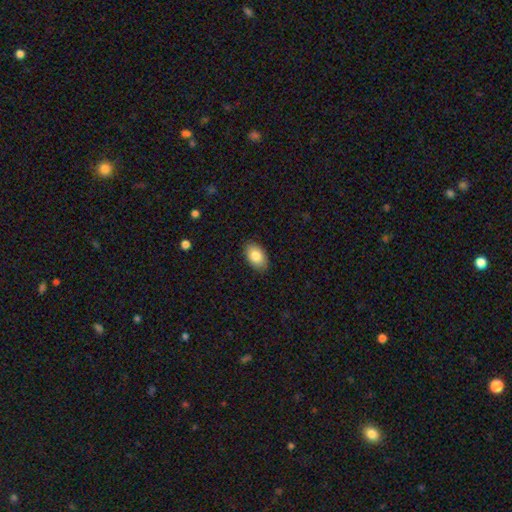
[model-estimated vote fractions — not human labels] smooth 84%, featured or disk 9%, star or artifact 7%. Down the decision tree: how rounded — in between (92%); merging — none (87%).